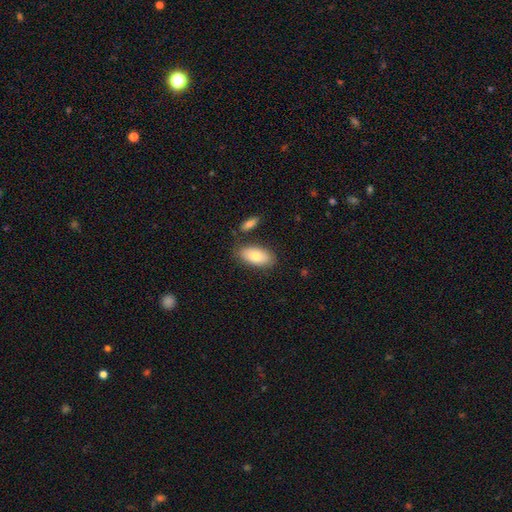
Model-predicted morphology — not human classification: This appears to be a smooth galaxy with no disk features (77%) that is in between round and cigar-shaped (92%). Merging: none (79%).